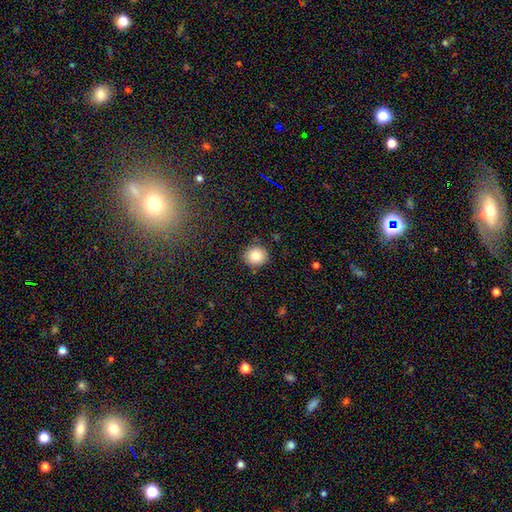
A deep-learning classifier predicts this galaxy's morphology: Smooth or featured? smooth (83%)
How rounded? round (89%)
Merging? none (87%)